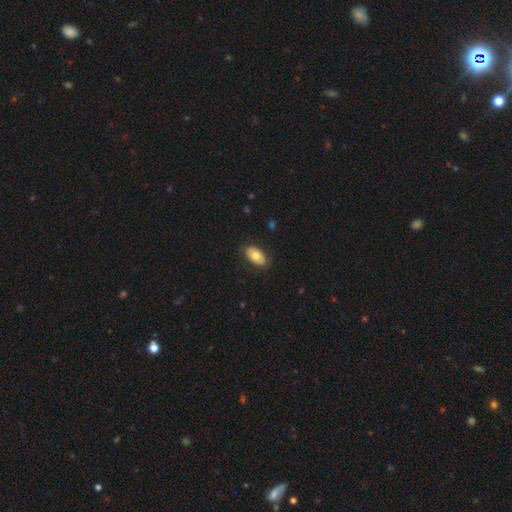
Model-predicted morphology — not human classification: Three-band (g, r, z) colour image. It shows a smooth galaxy with no disk features (66%) that is in between round and cigar-shaped (93%). Merging: none (82%).